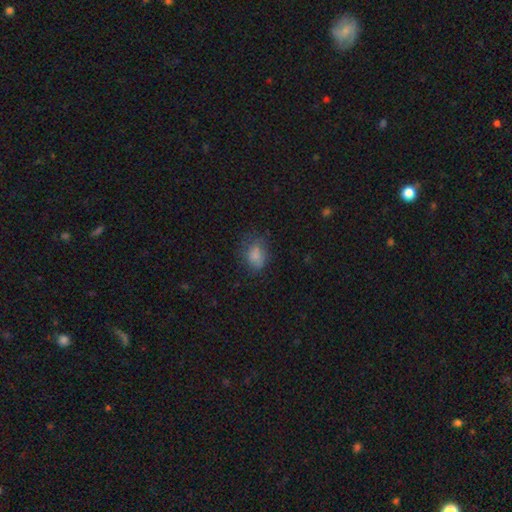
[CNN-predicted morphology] Overall: smooth (76%). How rounded: in between (64%; round 35%). Merging: none (56%; minor disturbance 26%).